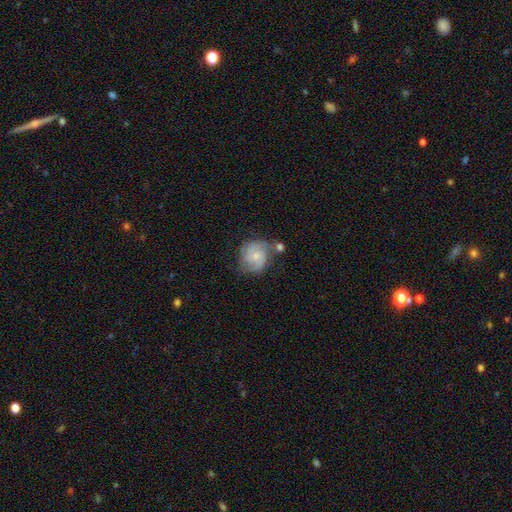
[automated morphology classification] The model was most divided on "spiral winding": tight: 45%, medium: 43%, loose: 12%. Remaining: edge-on disk — no (98%); spiral arms — yes (93%); smooth or featured — featured or disk (71%); bar — no (68%); bulge size — small (61%); merging — none (57%); spiral arm count — 2 (36%).